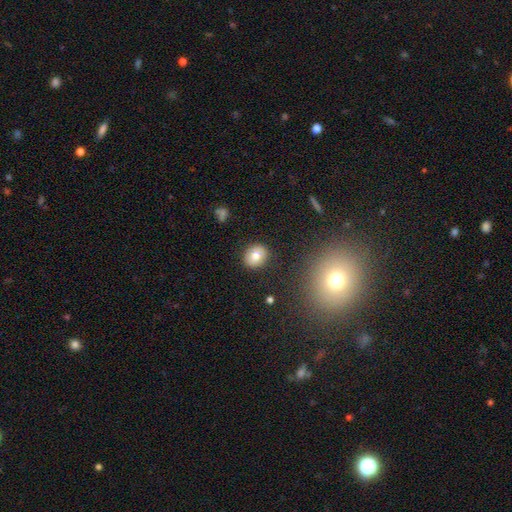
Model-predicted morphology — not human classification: smooth 77%, featured or disk 13%, star or artifact 10%. Down the decision tree: how rounded — round (73%); merging — none (89%).